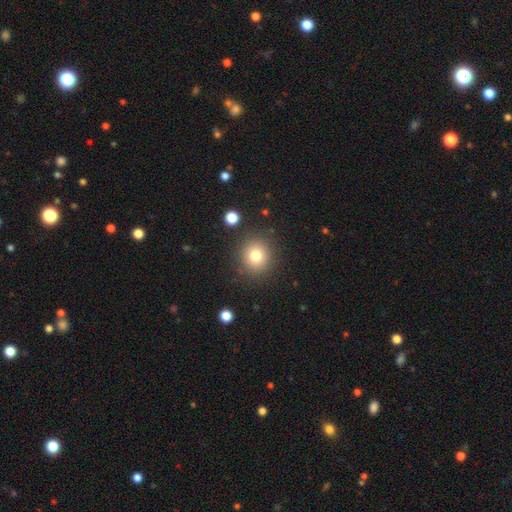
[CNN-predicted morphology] type=smooth (77%); roundness=round (88%); merging=none (87%).